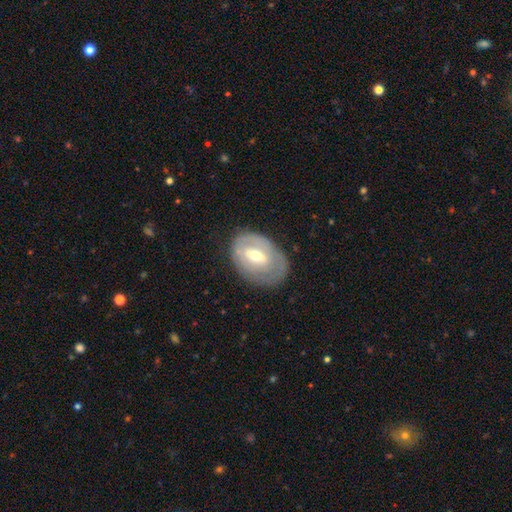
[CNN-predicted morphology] Smooth or featured? featured or disk (57%)
Edge-on disk? no (92%)
Bar? weak (46%)
Spiral arms? no (62%)
Bulge size? moderate (58%)
Merging? none (70%)